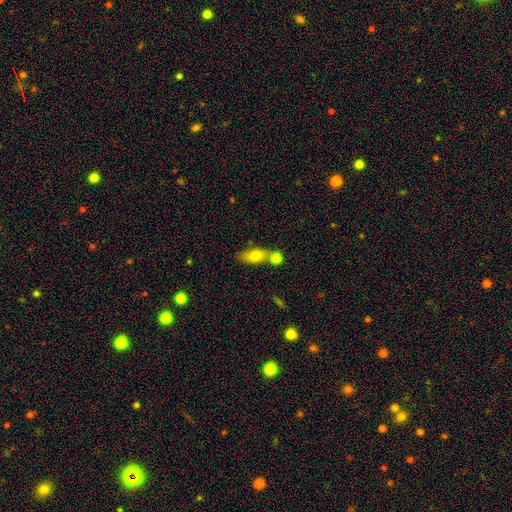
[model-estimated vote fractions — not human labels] smooth_or_featured: smooth (p=0.76) [alt: featured or disk p=0.16]
how_rounded: in between (p=0.76) [alt: cigar-shaped p=0.14]
merging: none (p=0.43) [alt: merger p=0.42]